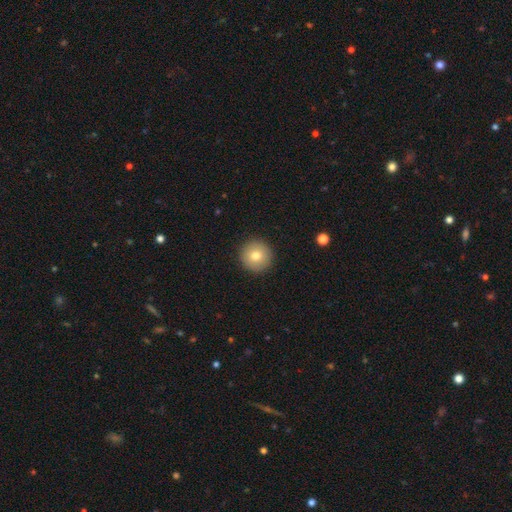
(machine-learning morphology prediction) Smooth or featured? Predicted: smooth (p=0.78). How rounded? Predicted: round (p=0.96). Merging? Predicted: none (p=0.92).